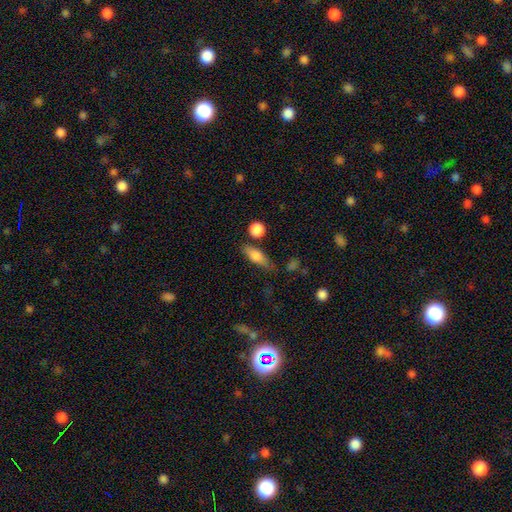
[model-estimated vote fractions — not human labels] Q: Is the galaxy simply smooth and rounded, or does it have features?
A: smooth — 71%.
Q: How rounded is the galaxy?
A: in between — 60%.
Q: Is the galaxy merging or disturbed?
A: none — 70%.